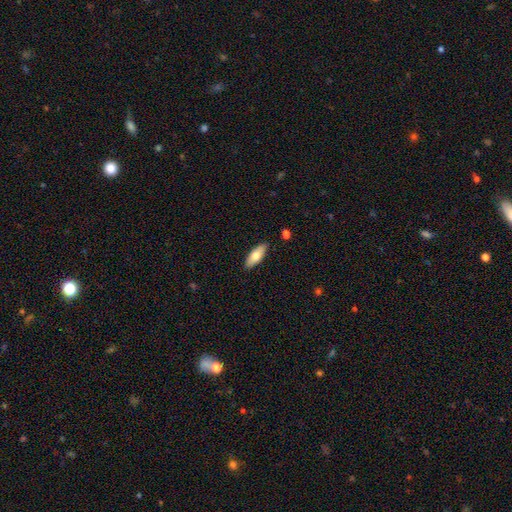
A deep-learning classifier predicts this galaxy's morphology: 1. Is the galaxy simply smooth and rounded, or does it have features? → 72% smooth, 22% featured or disk, 6% star or artifact.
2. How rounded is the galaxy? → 72% in between, 25% cigar-shaped, 2% round.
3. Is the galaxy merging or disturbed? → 87% none, 9% minor disturbance, 2% major disturbance, 2% merger.